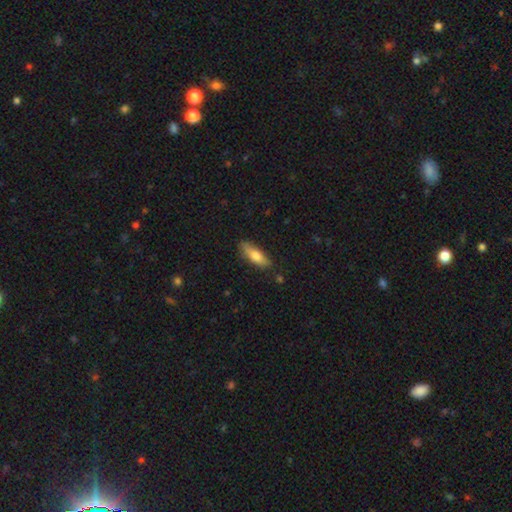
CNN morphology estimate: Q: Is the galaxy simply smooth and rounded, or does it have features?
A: smooth — 74%.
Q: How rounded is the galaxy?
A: in between — 55%.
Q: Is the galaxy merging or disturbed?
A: none — 79%.